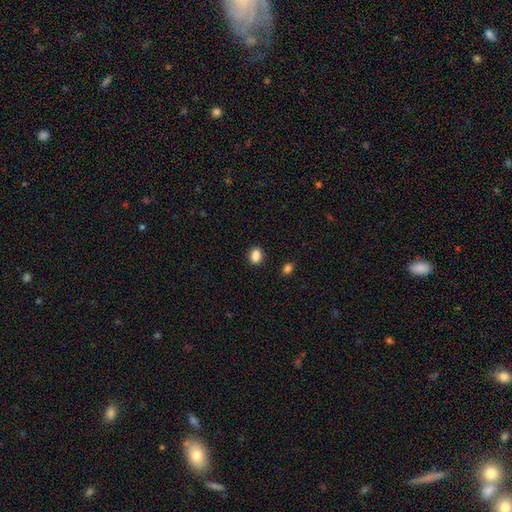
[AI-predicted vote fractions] Q: Smooth or featured?
A: smooth (87%); runner-up: star or artifact (10%)
Q: How rounded?
A: in between (62%); runner-up: round (37%)
Q: Merging?
A: none (88%); runner-up: minor disturbance (8%)